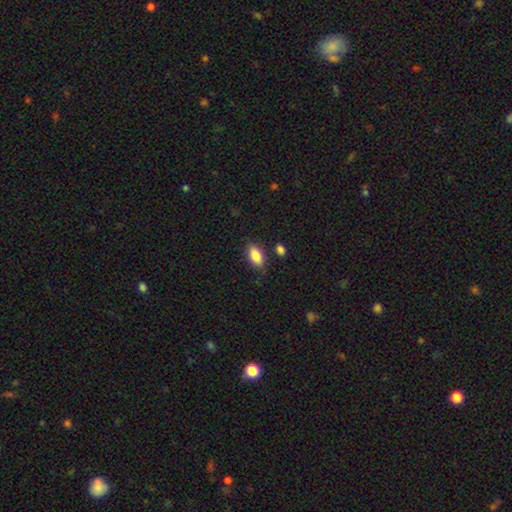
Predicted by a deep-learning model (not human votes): smooth 84%, featured or disk 8%, star or artifact 8%. Down the decision tree: how rounded — in between (89%); merging — none (79%).